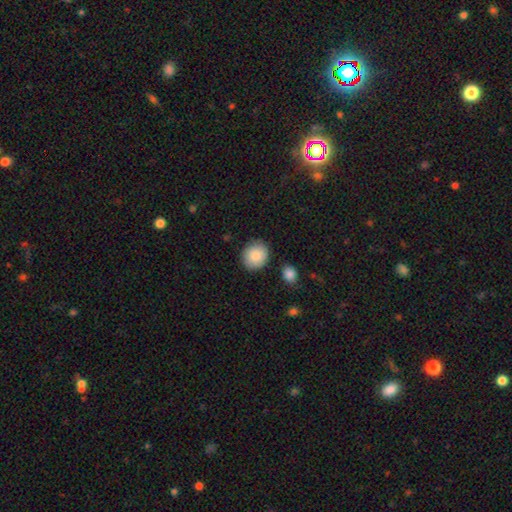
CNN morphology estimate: The model was most divided on "how rounded": round: 79%, in between: 20%, cigar-shaped: 1%. More confident: smooth or featured — smooth (88%); merging — none (84%).